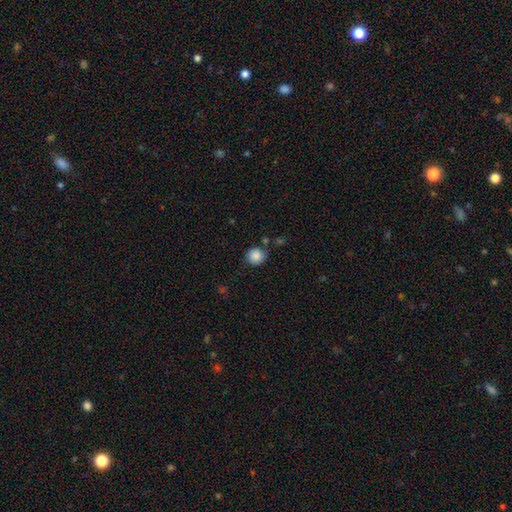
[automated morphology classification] smooth_or_featured: smooth (p=0.87) [alt: star or artifact p=0.09]
how_rounded: round (p=0.91) [alt: in between p=0.08]
merging: none (p=0.77) [alt: minor disturbance p=0.14]